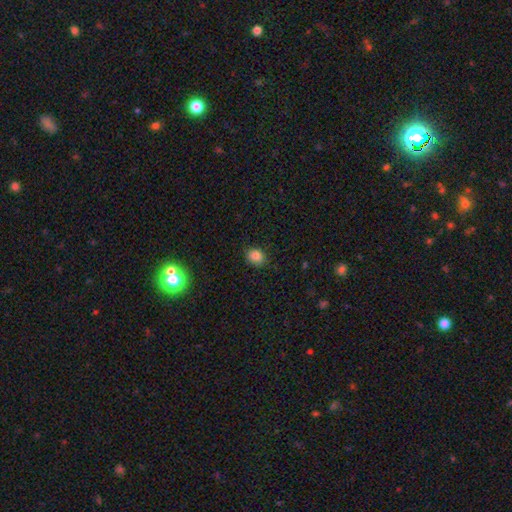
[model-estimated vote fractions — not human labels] Q: Smooth or featured?
A: smooth (84%); runner-up: star or artifact (12%)
Q: How rounded?
A: round (59%); runner-up: in between (40%)
Q: Merging?
A: none (81%); runner-up: minor disturbance (14%)